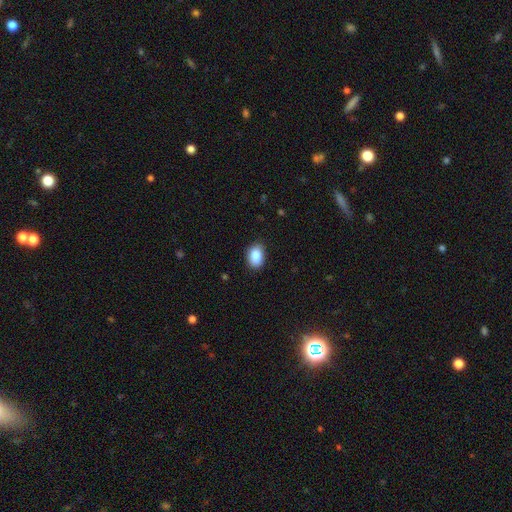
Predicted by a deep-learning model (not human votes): smooth 87%, star or artifact 8%, featured or disk 5%. Down the decision tree: how rounded — in between (82%); merging — none (87%).